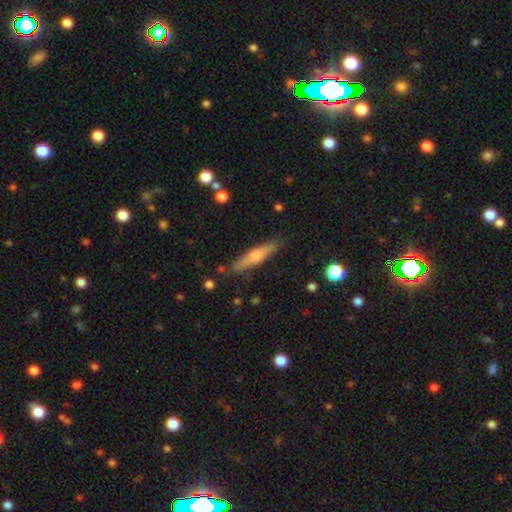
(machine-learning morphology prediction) smooth 51%, featured or disk 43%, star or artifact 6%. Down the decision tree: how rounded — cigar-shaped (84%); merging — none (84%).